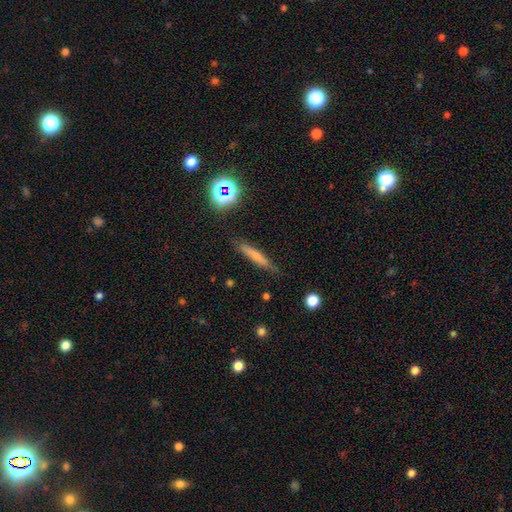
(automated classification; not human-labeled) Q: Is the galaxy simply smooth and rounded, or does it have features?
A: smooth — 65%.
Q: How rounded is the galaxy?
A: cigar-shaped — 90%.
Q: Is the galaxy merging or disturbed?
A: none — 81%.